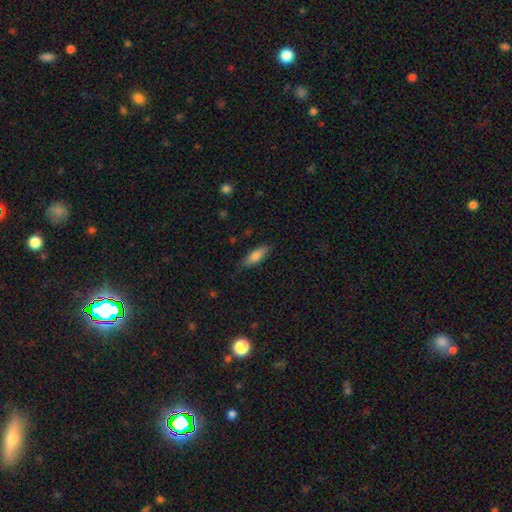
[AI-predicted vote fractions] Overall: smooth (80%). How rounded: in between (62%; cigar-shaped 36%). Merging: none (79%).